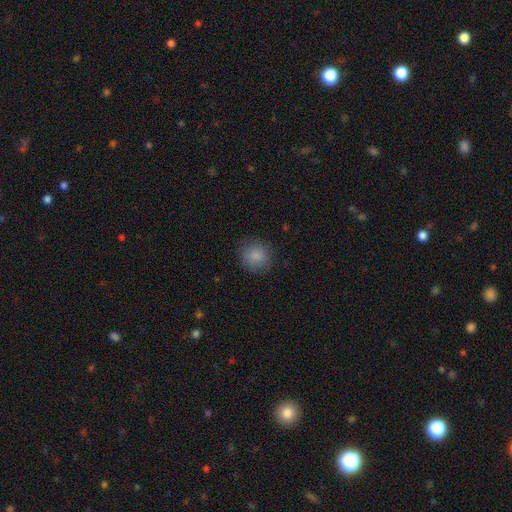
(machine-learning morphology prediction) Q: Smooth or featured?
A: smooth (85%); runner-up: star or artifact (10%)
Q: How rounded?
A: round (91%); runner-up: in between (8%)
Q: Merging?
A: none (86%); runner-up: minor disturbance (10%)